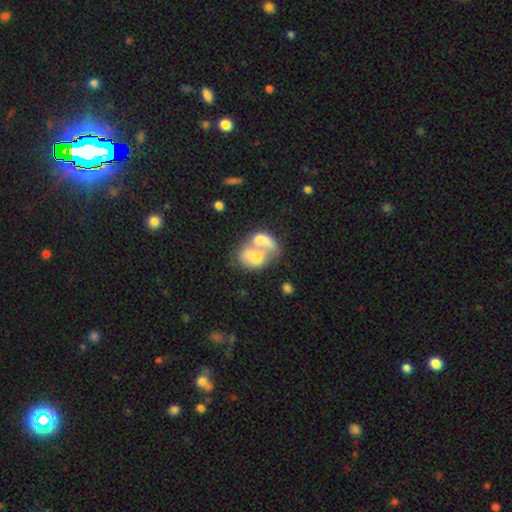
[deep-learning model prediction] This appears to be a smooth galaxy with no disk features (59%) that is in between round and cigar-shaped (73%). Merging: merger (74%).